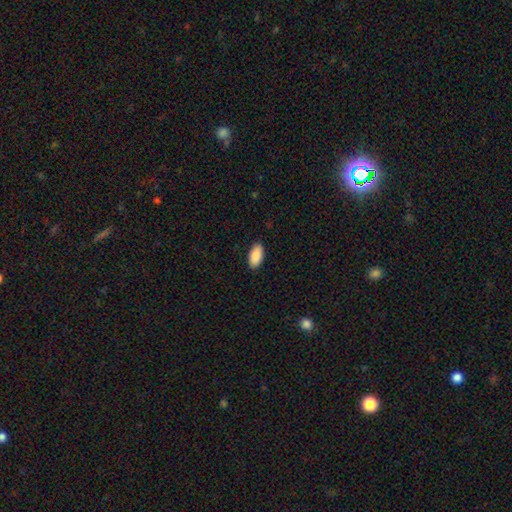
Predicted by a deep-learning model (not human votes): Q: Smooth or featured?
A: smooth (91%); runner-up: star or artifact (6%)
Q: How rounded?
A: in between (95%); runner-up: cigar-shaped (3%)
Q: Merging?
A: none (89%); runner-up: minor disturbance (8%)